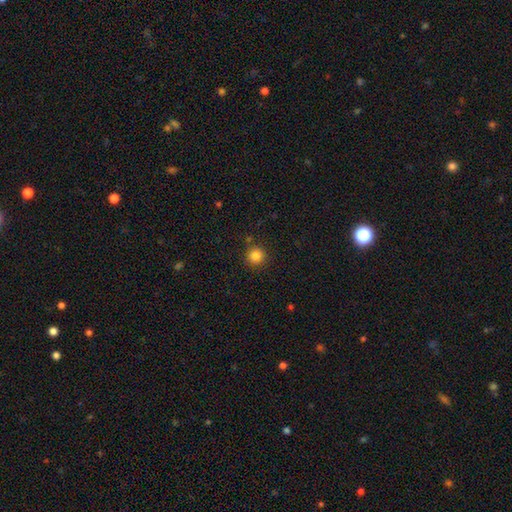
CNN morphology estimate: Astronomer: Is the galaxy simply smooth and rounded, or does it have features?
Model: smooth — 84%.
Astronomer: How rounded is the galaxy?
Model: round — 94%.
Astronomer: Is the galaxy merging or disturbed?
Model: none — 87%.